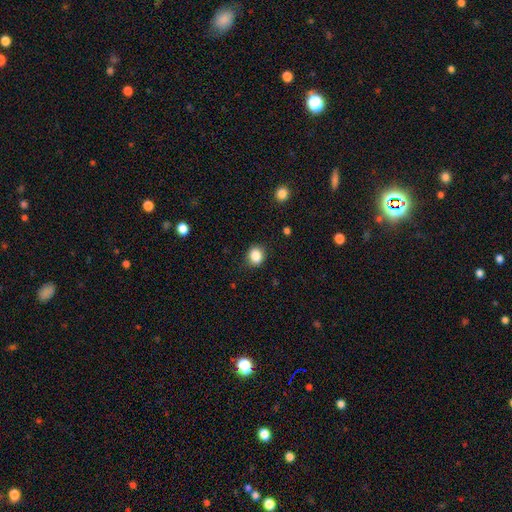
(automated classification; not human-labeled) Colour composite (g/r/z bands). It shows a smooth galaxy with no disk features (85%) that is round (73%). Merging: none (87%).